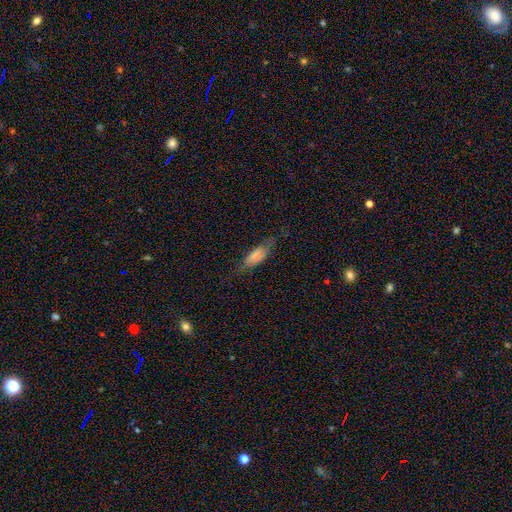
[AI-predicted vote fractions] smooth 56%, featured or disk 35%, star or artifact 9%. Down the decision tree: how rounded — in between (57%); merging — none (59%).